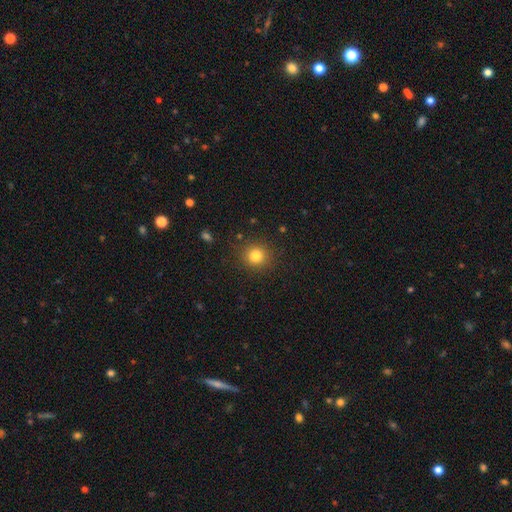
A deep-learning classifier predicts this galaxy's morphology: smooth-or-featured: smooth: 82% | star or artifact: 13% | featured or disk: 6%
  how-rounded: round: 90% | in between: 9% | cigar-shaped: 1%
  merging: none: 89% | minor disturbance: 7% | major disturbance: 3% | merger: 1%